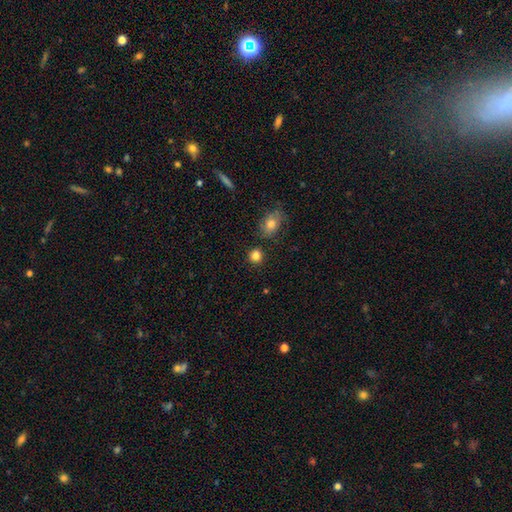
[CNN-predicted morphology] Smooth or featured? smooth (84%)
How rounded? round (83%)
Merging? none (83%)